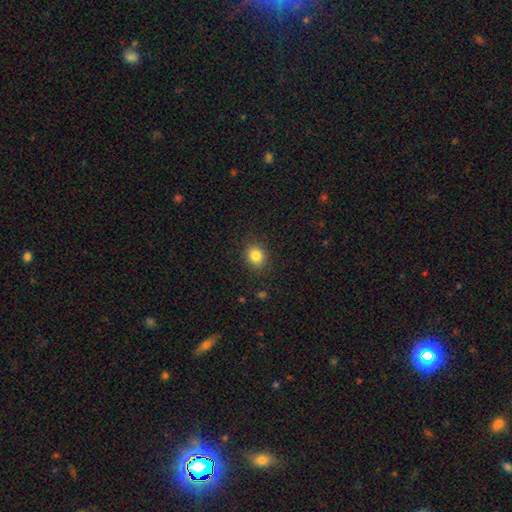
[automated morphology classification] smooth_or_featured: smooth (p=0.83) [alt: star or artifact p=0.11]
how_rounded: round (p=0.67) [alt: in between p=0.32]
merging: none (p=0.88) [alt: minor disturbance p=0.09]